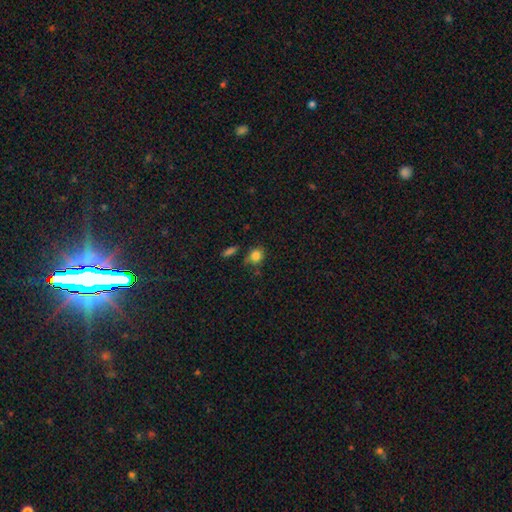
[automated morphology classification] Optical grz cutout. It shows a smooth galaxy with no disk features (84%) that is round (65%). Merging: none (67%).